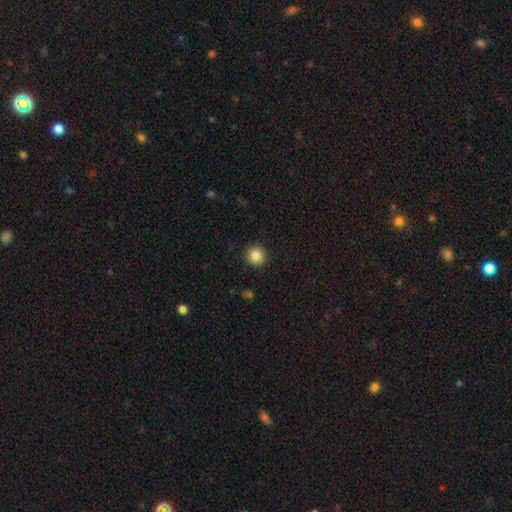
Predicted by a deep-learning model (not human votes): A smooth galaxy with no disk features (85%) that is round (95%). Merging: none (92%).